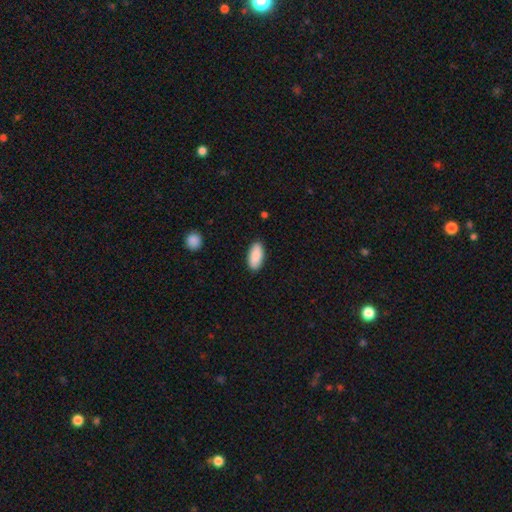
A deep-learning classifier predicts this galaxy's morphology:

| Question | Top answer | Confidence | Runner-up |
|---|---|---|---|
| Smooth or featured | smooth | 89% | star or artifact (6%) |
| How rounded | in between | 88% | cigar-shaped (10%) |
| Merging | none | 88% | minor disturbance (9%) |